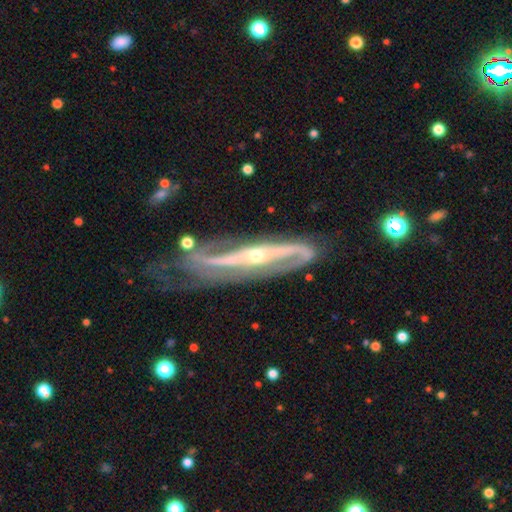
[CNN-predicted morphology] Smooth or featured? featured or disk (90%)
Edge-on disk? no (77%)
Bar? strong (52%)
Spiral arms? yes (96%)
Spiral winding? medium (41%)
Spiral arm count? 2 (85%)
Bulge size? small (64%)
Merging? none (53%)